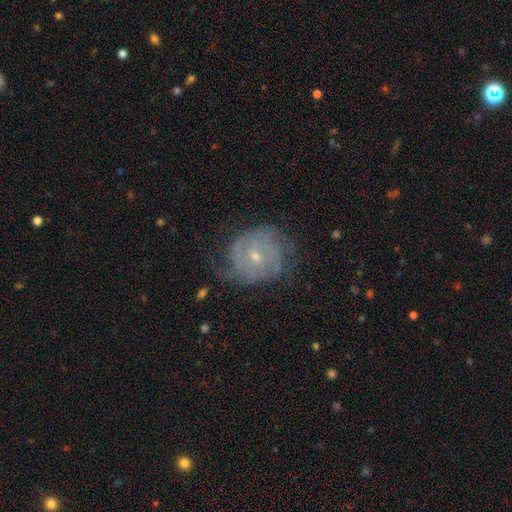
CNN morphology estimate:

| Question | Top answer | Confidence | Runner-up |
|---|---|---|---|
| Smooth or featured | featured or disk | 82% | smooth (11%) |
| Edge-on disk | no | 97% | yes (3%) |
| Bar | no | 49% | weak (42%) |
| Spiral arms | yes | 94% | no (6%) |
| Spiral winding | tight | 62% | medium (30%) |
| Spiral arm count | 2 | 36% | can't tell (30%) |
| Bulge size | small | 63% | moderate (34%) |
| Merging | none | 68% | minor disturbance (21%) |